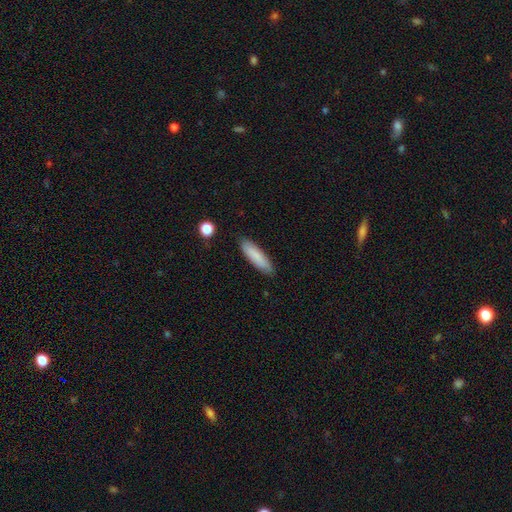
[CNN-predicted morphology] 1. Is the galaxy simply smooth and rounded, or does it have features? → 85% smooth, 9% featured or disk, 6% star or artifact.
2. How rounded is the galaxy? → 65% cigar-shaped, 33% in between, 1% round.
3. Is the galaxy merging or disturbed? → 86% none, 10% minor disturbance, 2% major disturbance, 1% merger.